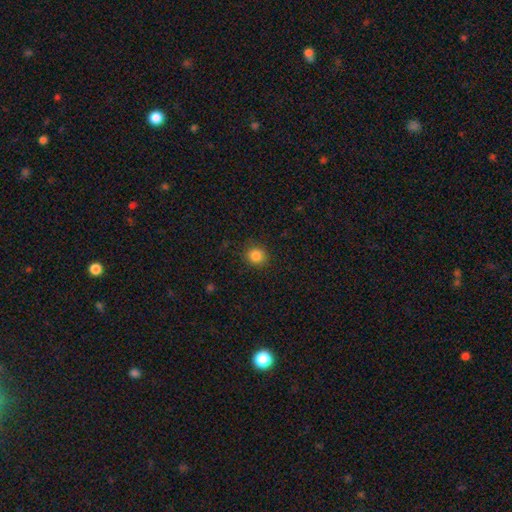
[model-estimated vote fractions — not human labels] Morphology: type=smooth (85%); roundness=round (86%); merging=none (88%).